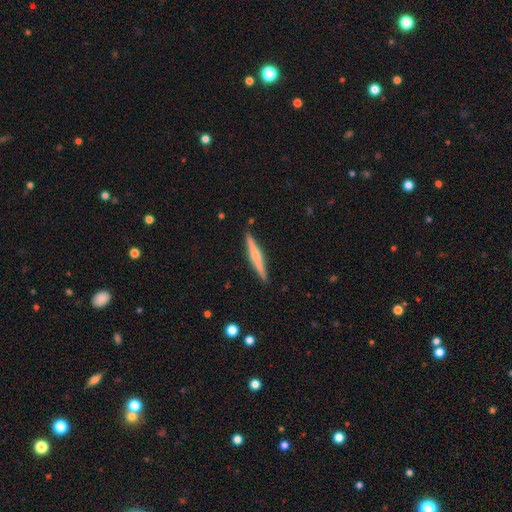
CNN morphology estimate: Overall: featured or disk (54%; smooth 41%). Edge-on disk: yes (98%). Edge-on bulge: rounded (60%; none 28%). Merging: none (91%).